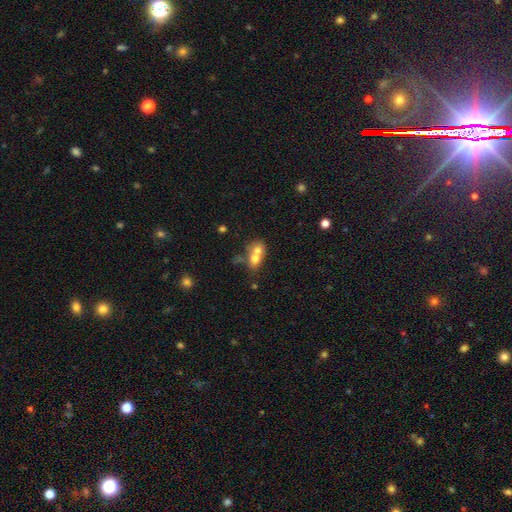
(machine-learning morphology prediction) Smooth or featured?
  - smooth: 67% *
  - featured or disk: 24%
  - star or artifact: 10%
How rounded?
  - round: 49% * (tied)
  - in between: 49% * (tied)
  - cigar-shaped: 2%
Merging?
  - merger: 72% *
  - none: 18%
  - minor disturbance: 6%
  - major disturbance: 4%